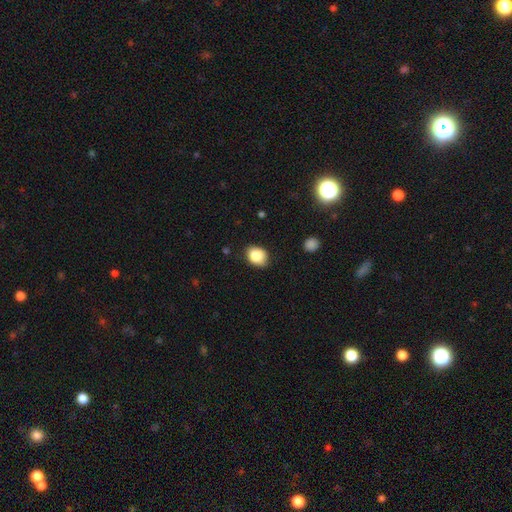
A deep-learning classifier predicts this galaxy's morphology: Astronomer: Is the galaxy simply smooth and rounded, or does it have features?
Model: smooth — 85%.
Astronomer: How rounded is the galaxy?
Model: in between — 63%.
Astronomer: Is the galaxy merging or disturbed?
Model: none — 77%.